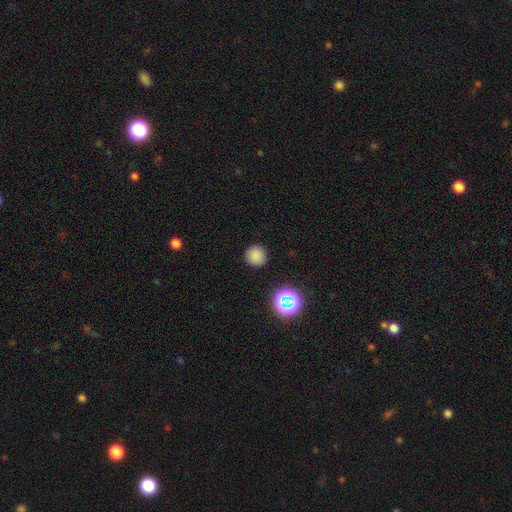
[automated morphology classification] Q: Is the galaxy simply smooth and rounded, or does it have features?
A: smooth — 80%.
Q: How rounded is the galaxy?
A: round — 95%.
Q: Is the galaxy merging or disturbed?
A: none — 91%.